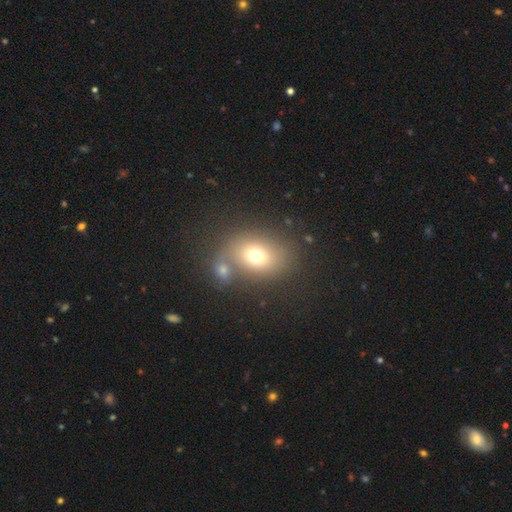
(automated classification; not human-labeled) smooth-or-featured: smooth: 70% | featured or disk: 16% | star or artifact: 14%
  how-rounded: in between: 55% | round: 44% | cigar-shaped: 1%
  merging: none: 52% | merger: 30% | minor disturbance: 12% | major disturbance: 7%